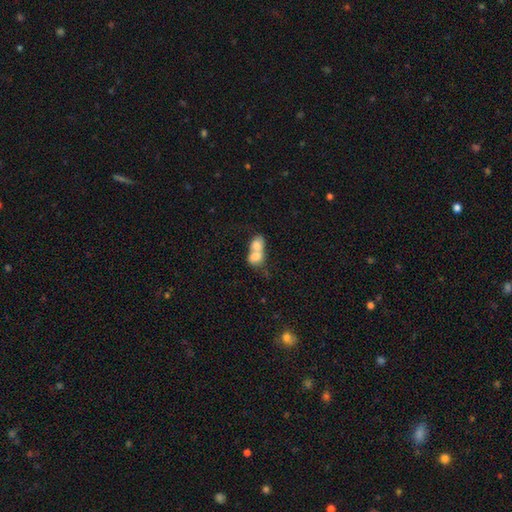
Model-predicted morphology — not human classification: Smooth or featured? smooth (71%)
How rounded? in between (61%)
Merging? merger (80%)